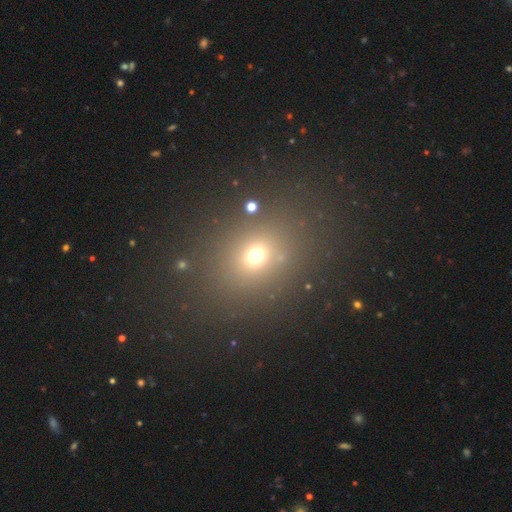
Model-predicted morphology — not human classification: Smooth or featured? smooth (68%)
How rounded? round (65%)
Merging? none (77%)